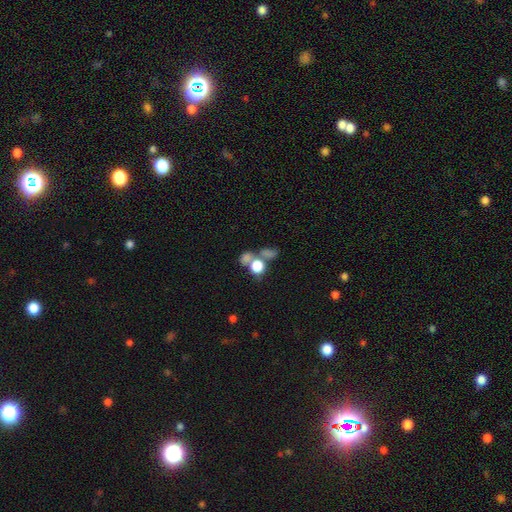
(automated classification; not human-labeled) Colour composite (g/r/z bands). It shows a star or artifact, not a galaxy (49%).